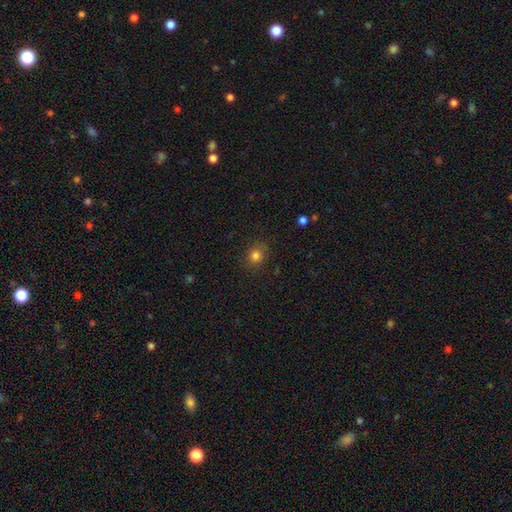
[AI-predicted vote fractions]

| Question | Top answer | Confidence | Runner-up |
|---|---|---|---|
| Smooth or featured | smooth | 81% | star or artifact (13%) |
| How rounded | round | 79% | in between (20%) |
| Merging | none | 86% | minor disturbance (10%) |